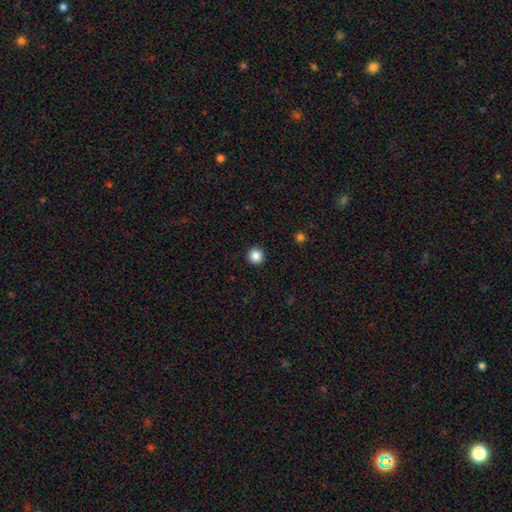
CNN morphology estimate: smooth_or_featured: smooth (p=0.86) [alt: star or artifact p=0.10]
how_rounded: round (p=0.95) [alt: in between p=0.04]
merging: none (p=0.94) [alt: minor disturbance p=0.04]